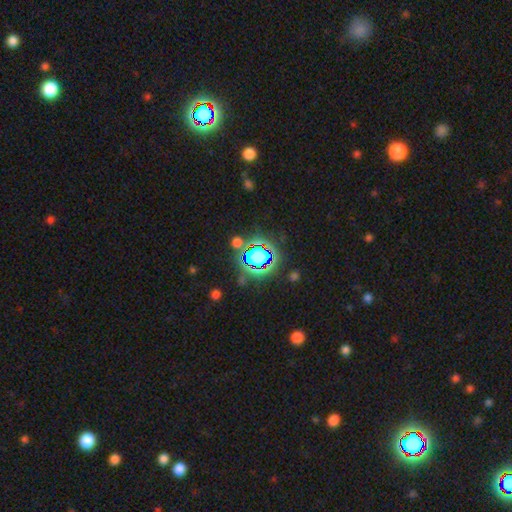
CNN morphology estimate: smooth_or_featured: star or artifact (p=0.75) [alt: smooth p=0.17]